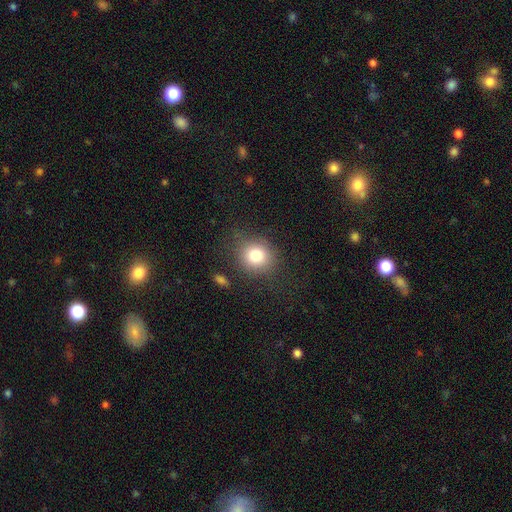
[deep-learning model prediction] Morphology: type=smooth (82%); roundness=round (77%); merging=none (79%).